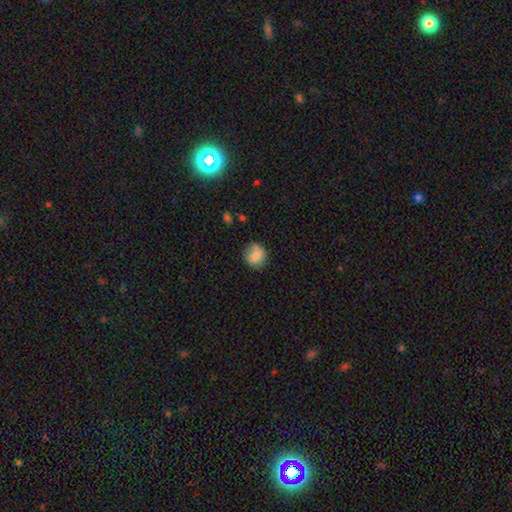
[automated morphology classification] The model was most divided on "merging": none: 71%, minor disturbance: 21%, major disturbance: 5%, merger: 4%. More confident: how rounded — round (82%); smooth or featured — smooth (80%).